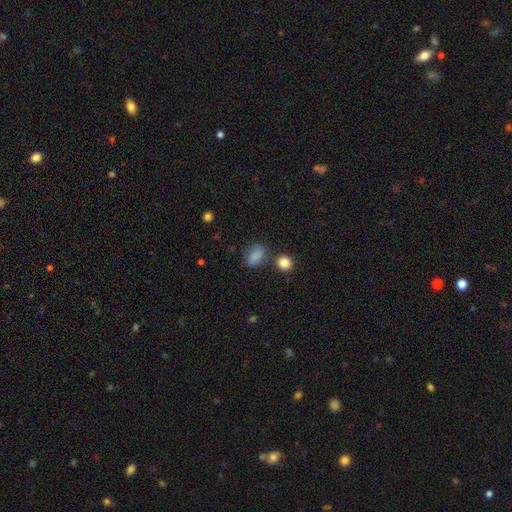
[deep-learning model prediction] smooth 84%, star or artifact 11%, featured or disk 5%. Down the decision tree: how rounded — in between (81%); merging — none (70%).